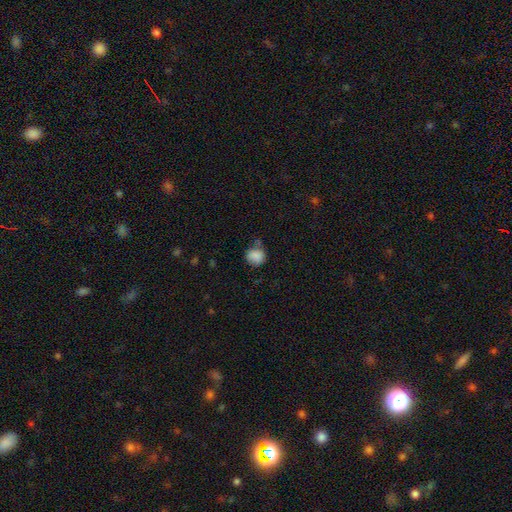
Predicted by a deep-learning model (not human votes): Overall: smooth (83%). How rounded: round (76%). Merging: none (58%; minor disturbance 28%).